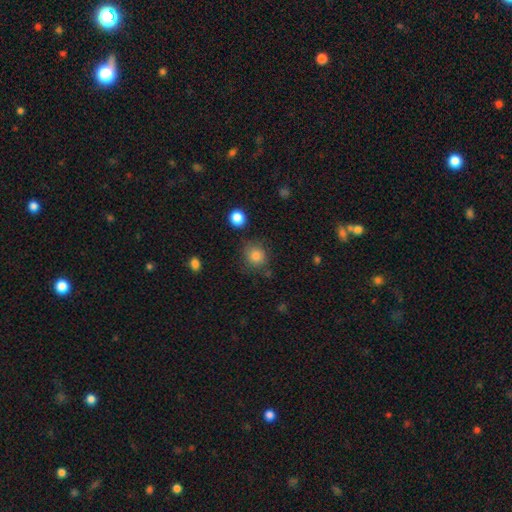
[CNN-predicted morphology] type=smooth (84%); roundness=round (85%); merging=none (76%).